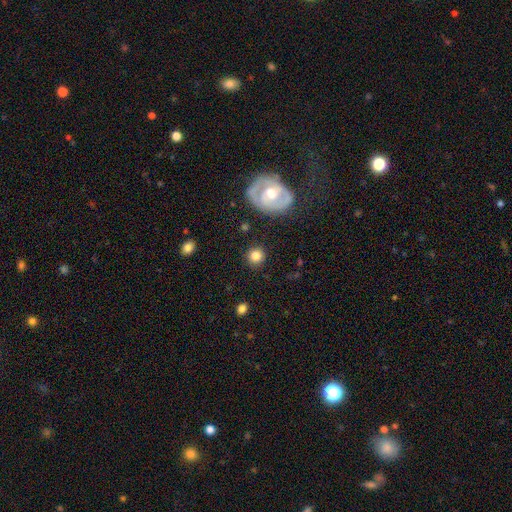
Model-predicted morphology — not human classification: Smooth or featured? smooth (80%)
How rounded? round (91%)
Merging? none (87%)